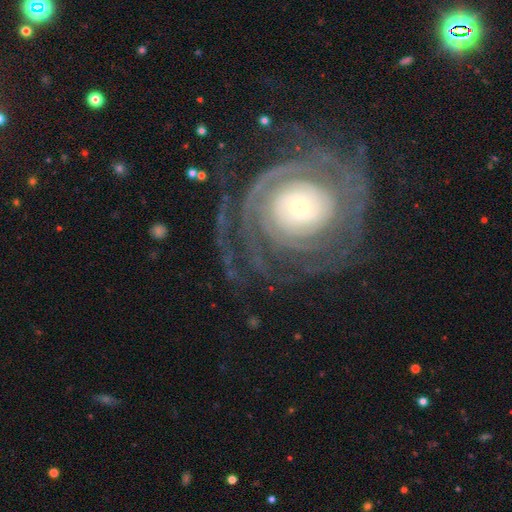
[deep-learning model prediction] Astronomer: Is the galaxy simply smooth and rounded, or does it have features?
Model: featured or disk — 80%.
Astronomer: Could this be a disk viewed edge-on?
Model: no — 96%.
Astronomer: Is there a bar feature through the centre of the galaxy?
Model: no — 78%.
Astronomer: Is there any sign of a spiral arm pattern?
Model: yes — 89%.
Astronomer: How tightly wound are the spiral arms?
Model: tight — 77%.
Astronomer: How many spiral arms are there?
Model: can't tell — 39% (runner-up: 2, 18%).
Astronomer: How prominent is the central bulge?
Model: small — 47% (runner-up: moderate, 31%).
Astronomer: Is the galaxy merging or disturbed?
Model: none — 72%.